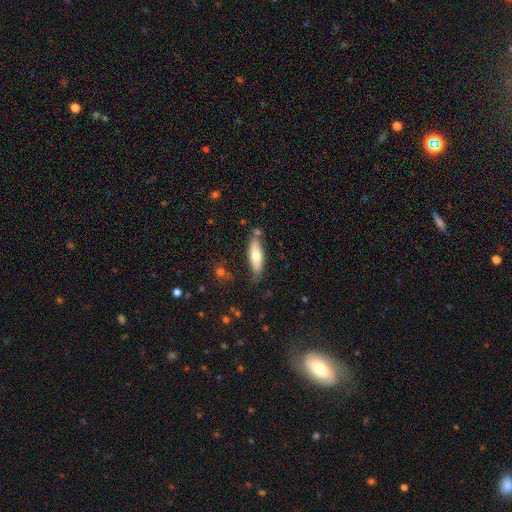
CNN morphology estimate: Smooth or featured? smooth (65%)
How rounded? in between (54%)
Merging? none (70%)